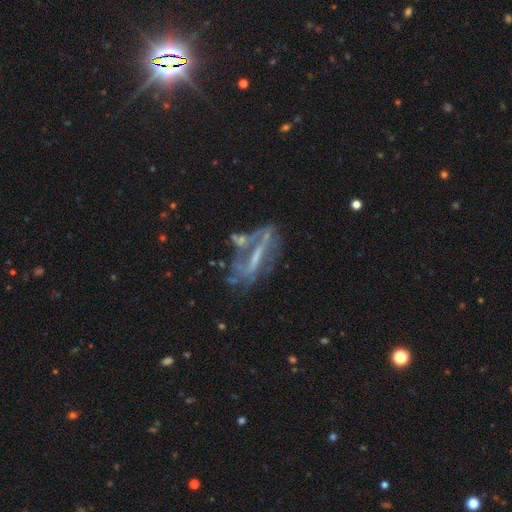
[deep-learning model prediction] smooth_or_featured: featured or disk (p=0.70) [alt: smooth p=0.17]
disk_edge_on: no (p=0.69) [alt: yes p=0.31]
merging: none (p=0.42) [alt: major disturbance p=0.23]